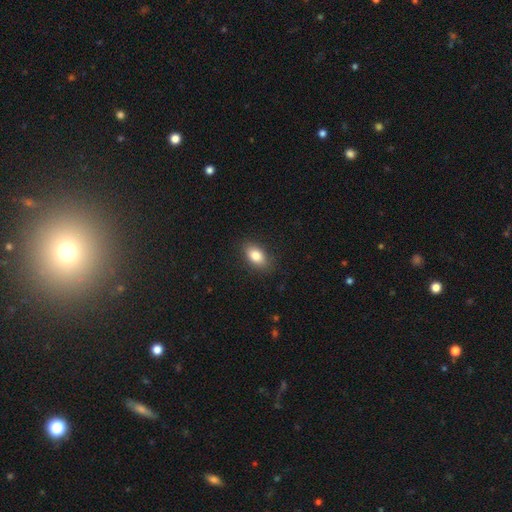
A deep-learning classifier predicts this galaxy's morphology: A smooth galaxy with no disk features (83%) that is in between round and cigar-shaped (88%).

Vote fractions:
- Smooth or featured? smooth: 83% / featured or disk: 9% / star or artifact: 8%
- How rounded? in between: 88% / round: 9% / cigar-shaped: 3%
- Merging? none: 86% / minor disturbance: 10% / major disturbance: 3% / merger: 1%